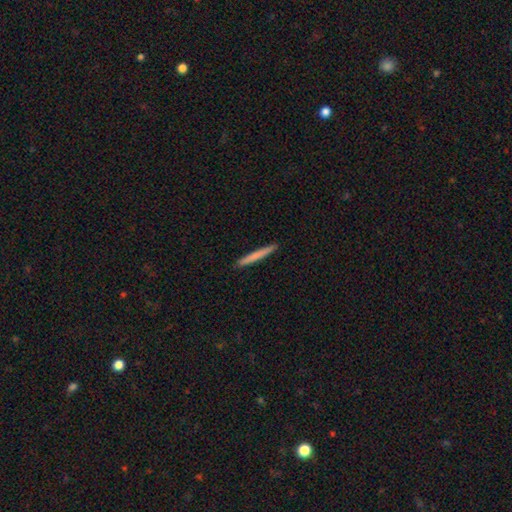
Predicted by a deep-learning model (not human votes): Smooth or featured?
  - smooth: 72% *
  - featured or disk: 22%
  - star or artifact: 5%
How rounded?
  - cigar-shaped: 97% *
  - in between: 2%
  - round: 1%
Merging?
  - none: 93% *
  - minor disturbance: 5%
  - major disturbance: 1%
  - merger: 1%